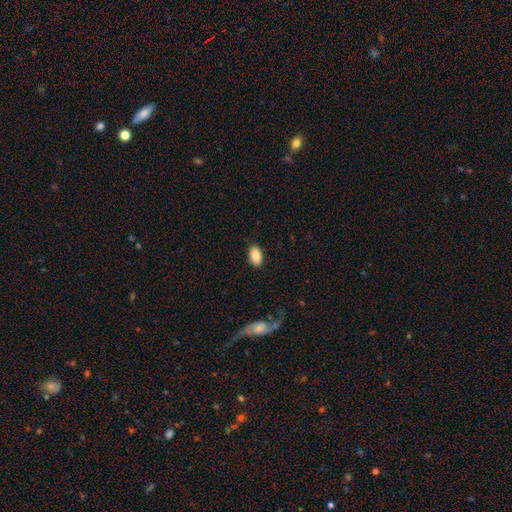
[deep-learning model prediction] A smooth galaxy with no disk features (87%) that is in between round and cigar-shaped (91%).

Vote fractions:
- Smooth or featured? smooth: 87% / star or artifact: 7% / featured or disk: 6%
- How rounded? in between: 91% / round: 7% / cigar-shaped: 1%
- Merging? none: 86% / minor disturbance: 10% / major disturbance: 3% / merger: 1%